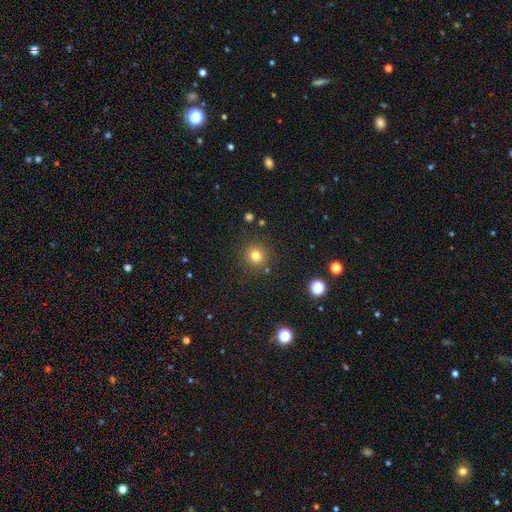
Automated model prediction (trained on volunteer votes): Morphology: type=smooth (78%); roundness=round (93%); merging=none (87%).